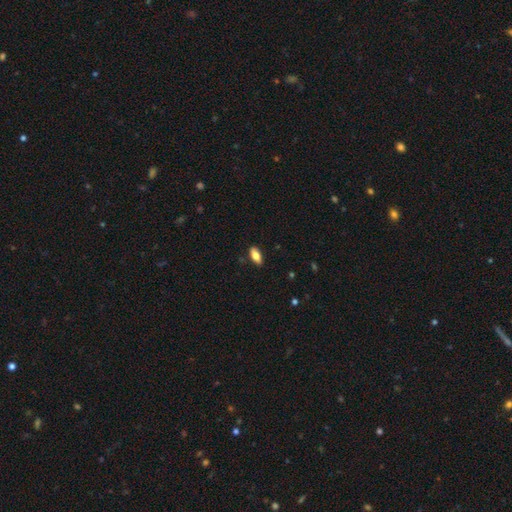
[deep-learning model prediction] Morphology: type=smooth (75%); roundness=in between (84%); merging=none (86%).